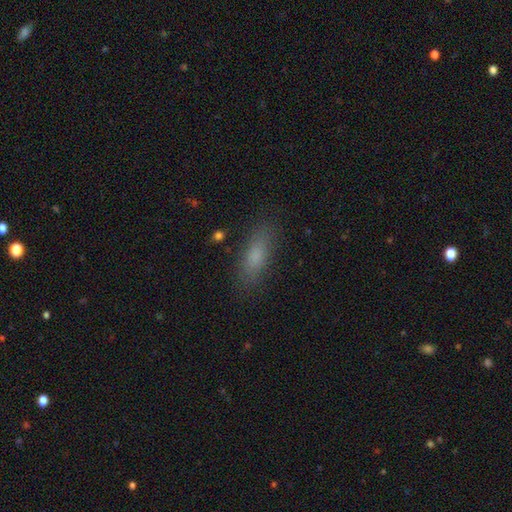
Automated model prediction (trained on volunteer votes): This appears to be a smooth galaxy with no disk features (77%) that is in between round and cigar-shaped (56%). Merging: none (83%).